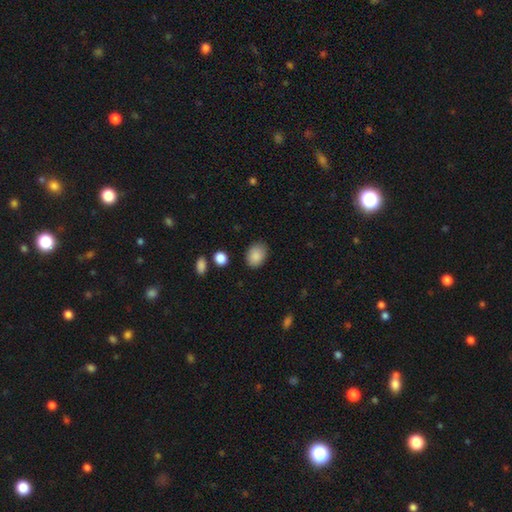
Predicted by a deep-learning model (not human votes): A smooth galaxy with no disk features (88%) that is in between round and cigar-shaped (73%). Merging: none (80%).